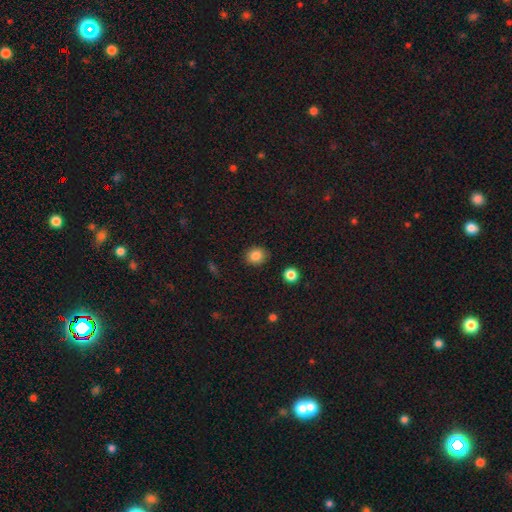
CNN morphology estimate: Smooth or featured?
  - smooth: 85% *
  - star or artifact: 10%
  - featured or disk: 5%
How rounded?
  - round: 76% *
  - in between: 23%
  - cigar-shaped: 1%
Merging?
  - none: 88% *
  - minor disturbance: 8%
  - major disturbance: 2%
  - merger: 2%